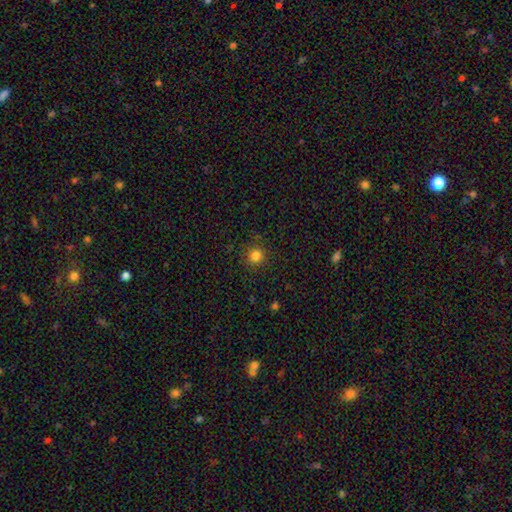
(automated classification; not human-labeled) smooth-or-featured: smooth: 82% | star or artifact: 13% | featured or disk: 5%
  how-rounded: round: 93% | in between: 6% | cigar-shaped: 1%
  merging: none: 89% | minor disturbance: 7% | major disturbance: 3% | merger: 1%